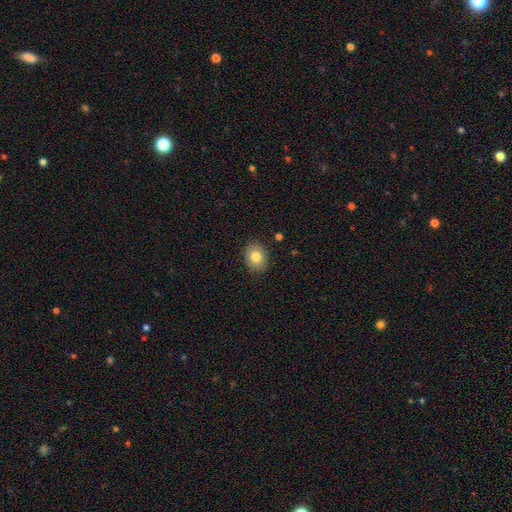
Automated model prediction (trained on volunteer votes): Overall: smooth (81%). How rounded: in between (54%; round 45%). Merging: none (89%).